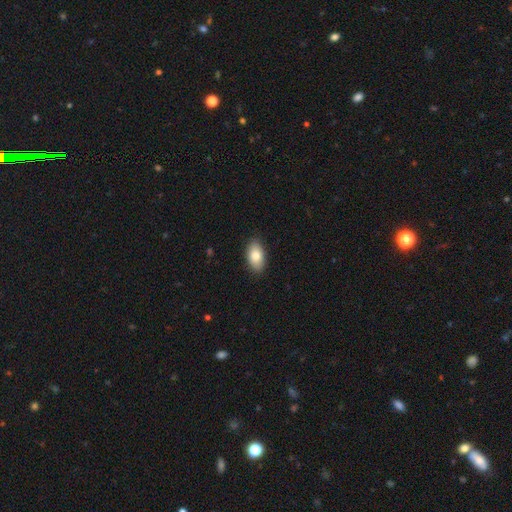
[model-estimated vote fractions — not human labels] Q: Smooth or featured?
A: smooth (81%); runner-up: featured or disk (12%)
Q: How rounded?
A: in between (93%); runner-up: round (5%)
Q: Merging?
A: none (88%); runner-up: minor disturbance (9%)